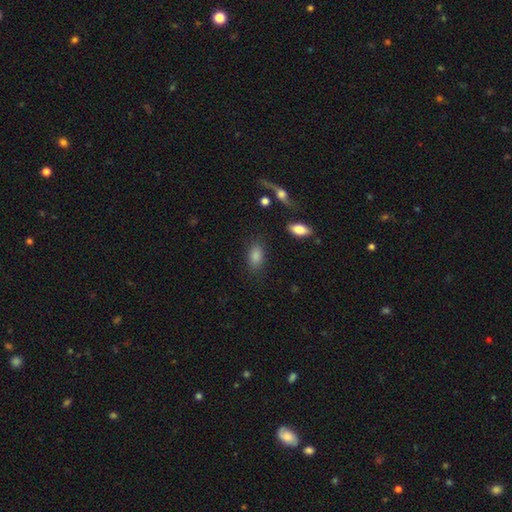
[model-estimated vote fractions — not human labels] Smooth or featured: smooth — 80% (star or artifact — 12%)
How rounded: in between — 86% (round — 9%)
Merging: none — 82% (minor disturbance — 11%)